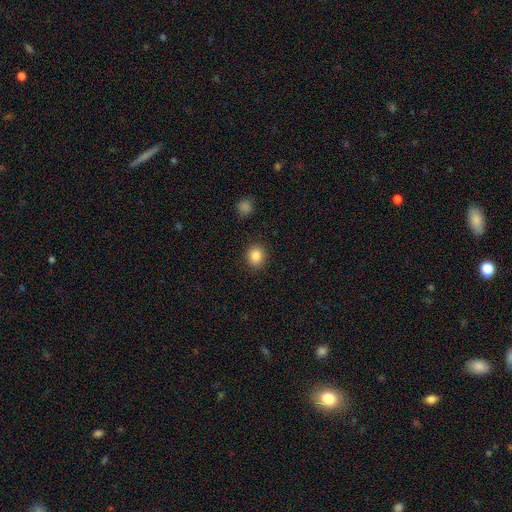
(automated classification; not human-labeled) Smooth or featured? smooth (86%)
How rounded? round (74%)
Merging? none (89%)